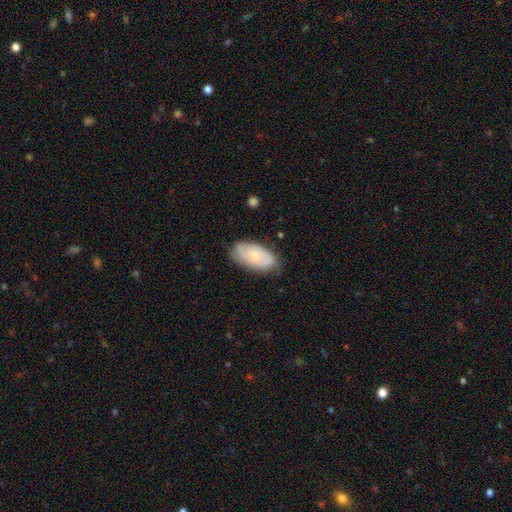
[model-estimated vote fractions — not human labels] Smooth or featured? Predicted: smooth (p=0.59). How rounded? Predicted: in between (p=0.94). Merging? Predicted: none (p=0.75).